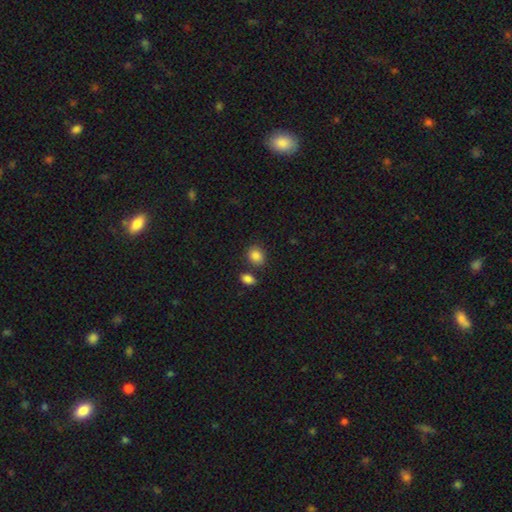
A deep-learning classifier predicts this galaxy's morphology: smooth-or-featured: smooth: 86% | star or artifact: 9% | featured or disk: 5%
  how-rounded: round: 56% | in between: 43% | cigar-shaped: 1%
  merging: none: 74% | minor disturbance: 12% | merger: 12% | major disturbance: 3%